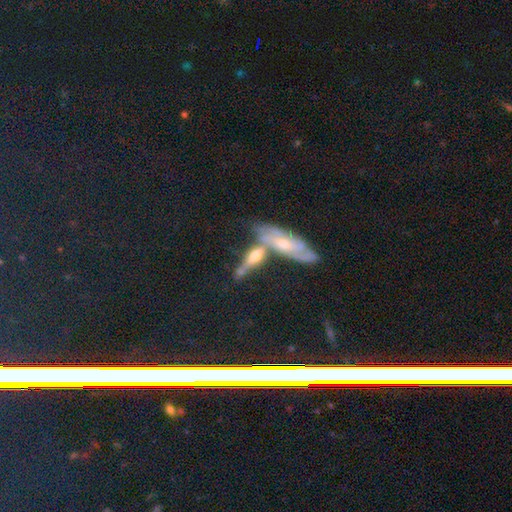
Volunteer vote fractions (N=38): Smooth or featured? 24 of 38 (63%) said featured or disk. Edge-on disk? 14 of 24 (58%) said yes. Edge-on bulge? 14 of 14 (100%) said rounded. Merging? 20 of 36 (56%) said merger.